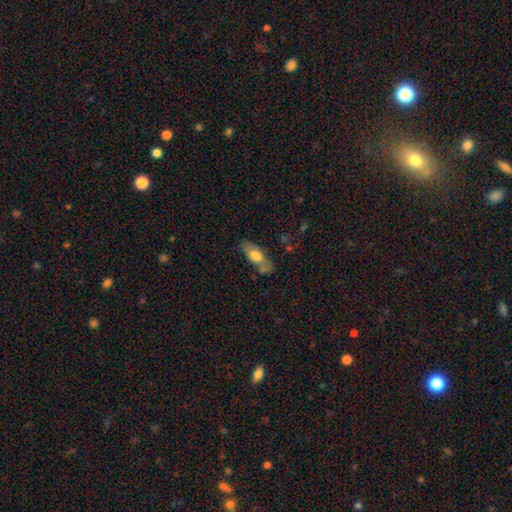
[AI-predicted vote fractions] Overall: smooth (66%; featured or disk 27%). How rounded: in between (77%). Merging: none (59%; minor disturbance 24%).